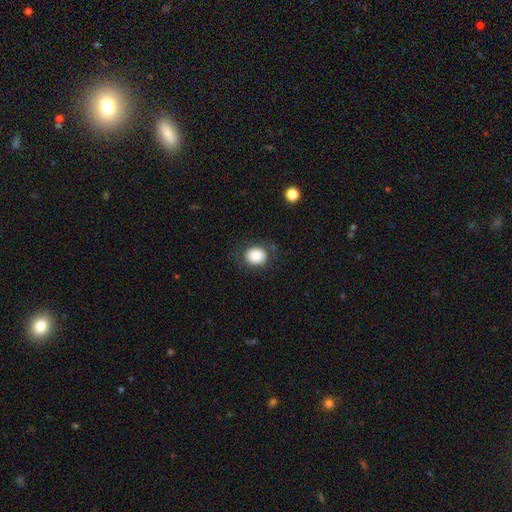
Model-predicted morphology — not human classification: smooth_or_featured: smooth (p=0.84) [alt: star or artifact p=0.09]
how_rounded: round (p=0.72) [alt: in between p=0.27]
merging: none (p=0.82) [alt: minor disturbance p=0.12]